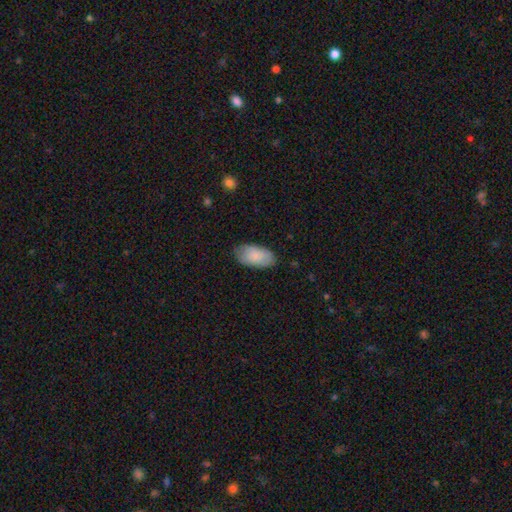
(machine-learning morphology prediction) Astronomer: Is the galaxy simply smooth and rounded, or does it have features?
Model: smooth — 84%.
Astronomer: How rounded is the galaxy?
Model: in between — 95%.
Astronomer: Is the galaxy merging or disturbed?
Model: none — 79%.